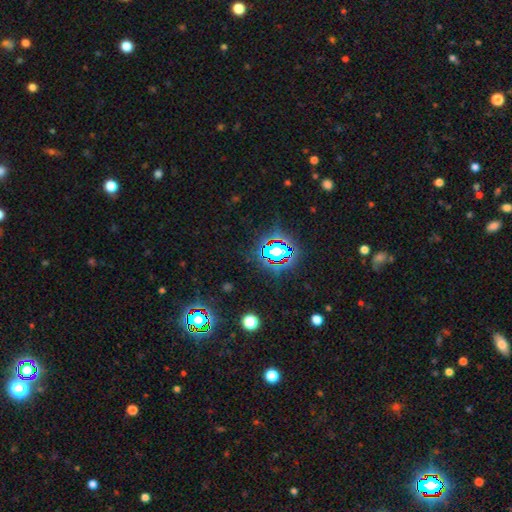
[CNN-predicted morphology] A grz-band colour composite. It shows a star or artifact, not a galaxy (81%).